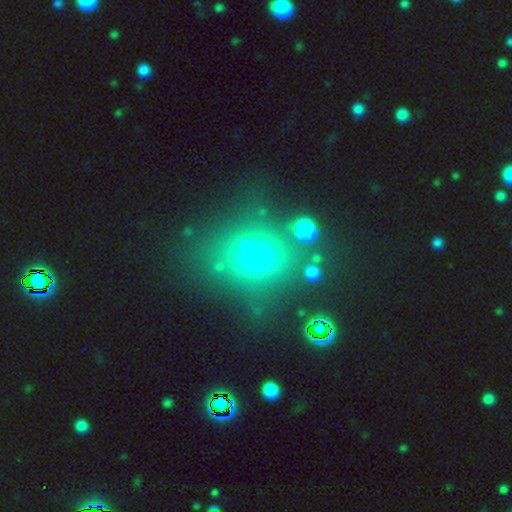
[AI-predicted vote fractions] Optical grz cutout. It shows a smooth galaxy with no disk features (69%) that is round (65%). Merging: none (67%).